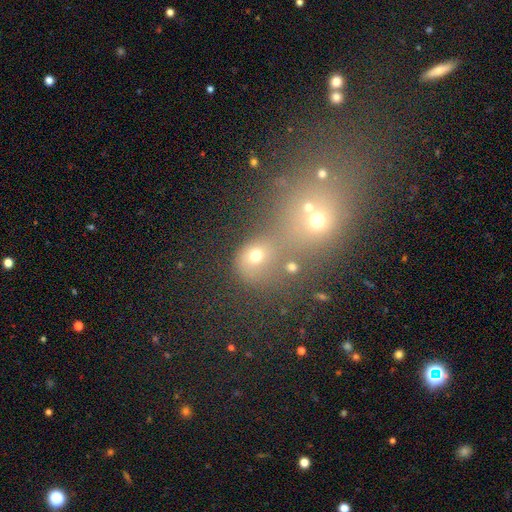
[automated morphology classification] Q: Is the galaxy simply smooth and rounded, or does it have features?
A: smooth — 64%.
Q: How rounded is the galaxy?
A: round — 72%.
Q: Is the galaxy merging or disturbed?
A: merger — 46%.